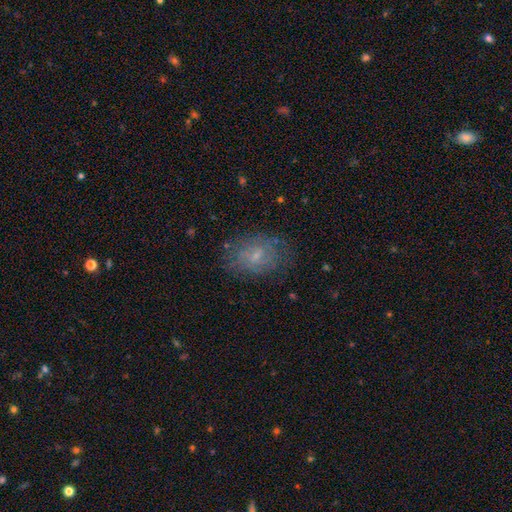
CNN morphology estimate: Smooth or featured? Predicted: smooth (p=0.50). Merging? Predicted: none (p=0.71).